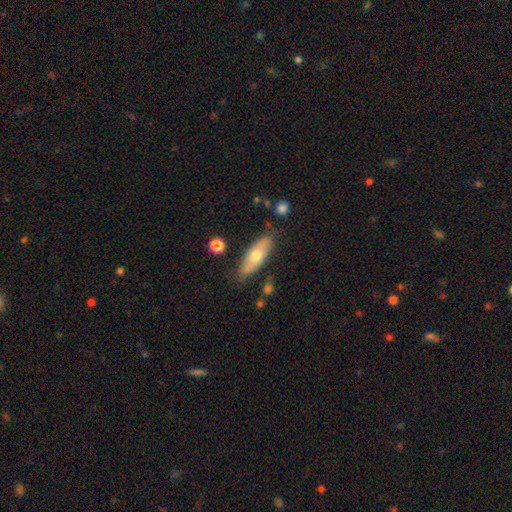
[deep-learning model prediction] A smooth galaxy with no disk features (60%) that is in between round and cigar-shaped (64%). Merging: none (79%).